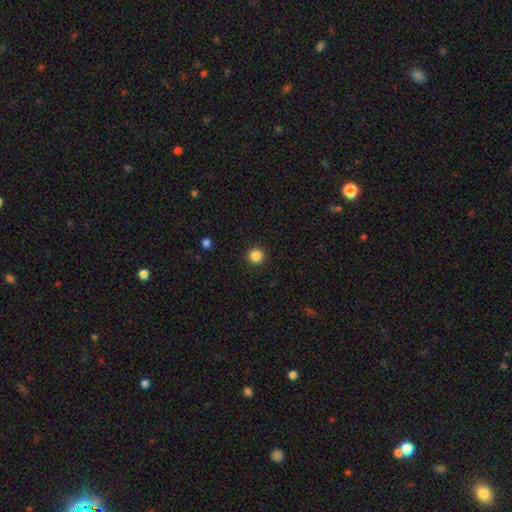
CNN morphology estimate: This is clearly a smooth galaxy (85%). How rounded: clearly round (95%). Merging: clearly none (92%).